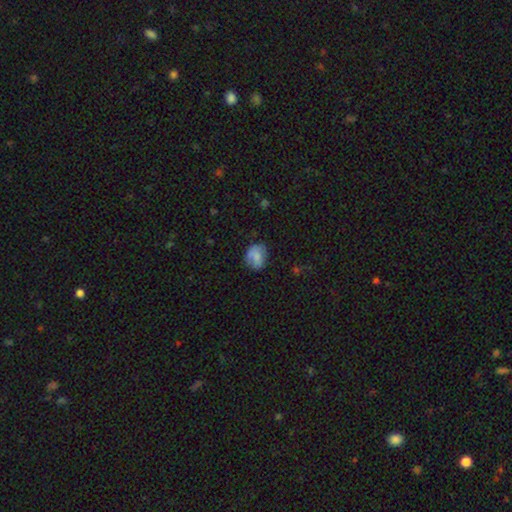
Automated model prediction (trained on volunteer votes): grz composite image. It shows a smooth galaxy with no disk features (73%) that is in between round and cigar-shaped (52%). Merging: none (58%).